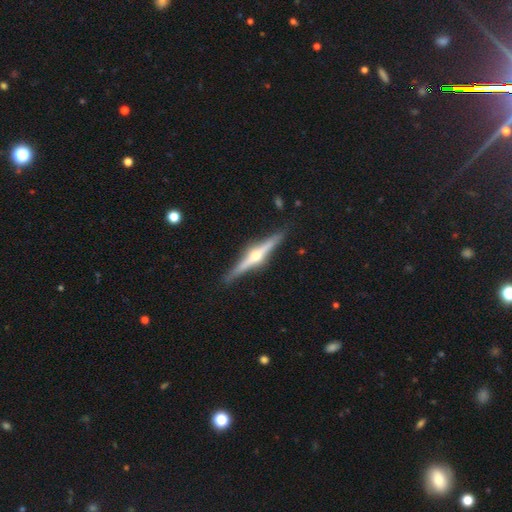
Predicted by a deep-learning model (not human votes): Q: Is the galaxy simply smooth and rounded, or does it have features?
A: featured or disk — 83%.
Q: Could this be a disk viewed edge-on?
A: yes — 98%.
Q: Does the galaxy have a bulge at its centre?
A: rounded — 95%.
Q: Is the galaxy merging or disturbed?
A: none — 89%.